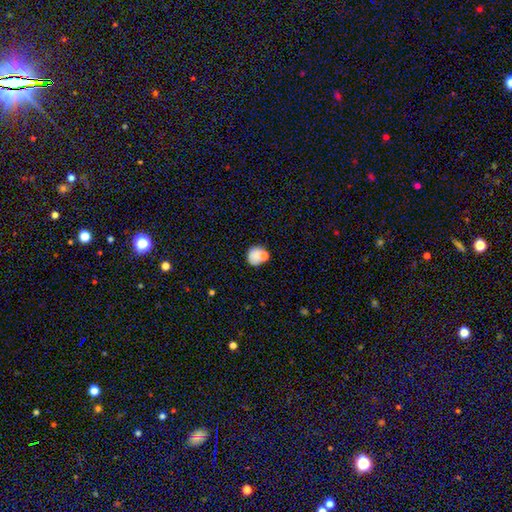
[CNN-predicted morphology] smooth_or_featured: smooth (p=0.79) [alt: featured or disk p=0.11]
how_rounded: round (p=0.80) [alt: in between p=0.19]
merging: none (p=0.59) [alt: merger p=0.22]